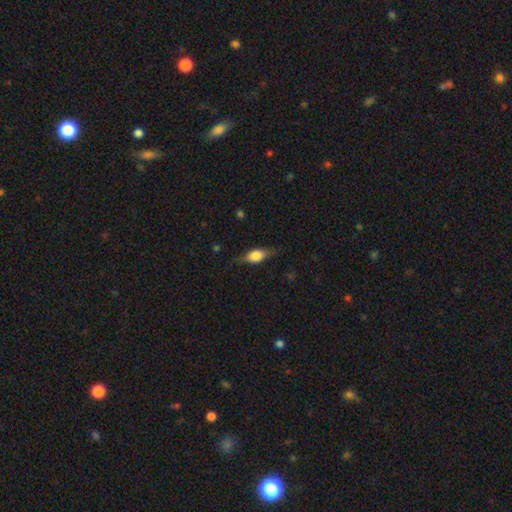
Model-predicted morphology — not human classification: smooth-or-featured: smooth: 60% | featured or disk: 33% | star or artifact: 7%
  how-rounded: in between: 73% | cigar-shaped: 19% | round: 7%
  merging: none: 76% | minor disturbance: 18% | major disturbance: 5% | merger: 1%